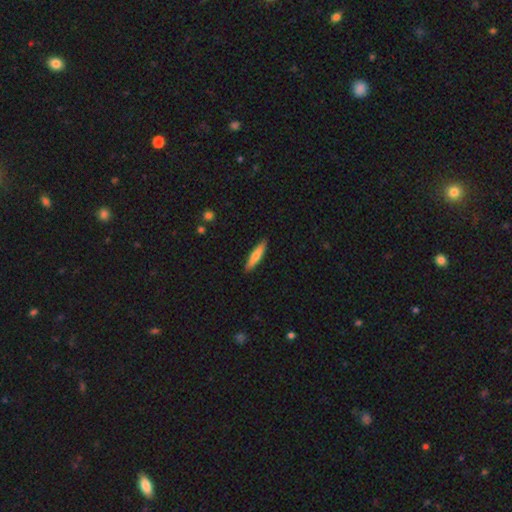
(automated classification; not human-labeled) A smooth galaxy with no disk features (68%) that is cigar-shaped (82%). Merging: none (90%).